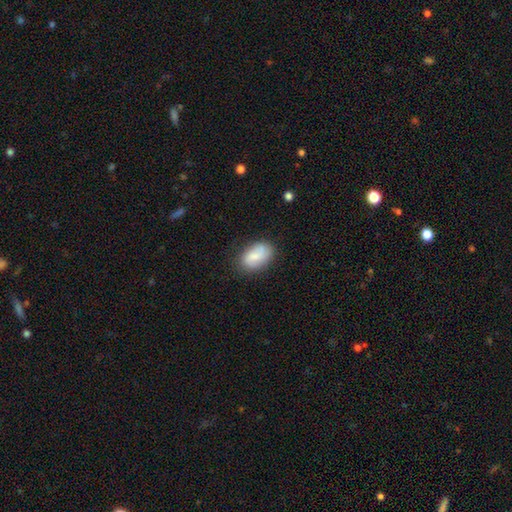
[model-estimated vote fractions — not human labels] Smooth or featured: smooth — 68% (featured or disk — 25%)
How rounded: in between — 89% (round — 10%)
Merging: none — 77% (minor disturbance — 17%)